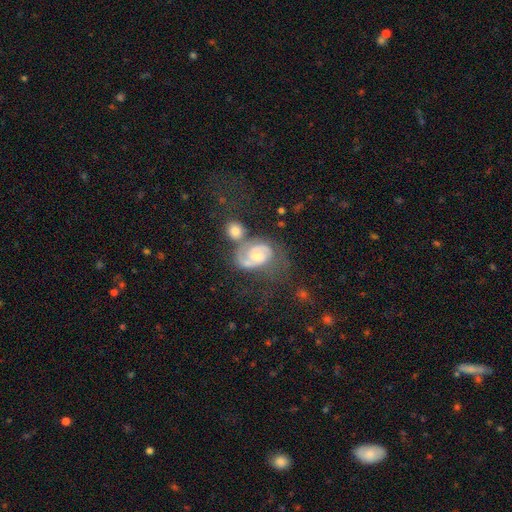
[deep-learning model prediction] Smooth or featured?
  - featured or disk: 75% *
  - smooth: 17%
  - star or artifact: 8%
Edge-on disk?
  - no: 98% *
  - yes: 2%
Bar?
  - no: 63% *
  - weak: 30%
  - strong: 6%
Spiral arms?
  - yes: 91% *
  - no: 9%
Spiral winding?
  - medium: 47% *
  - tight: 36%
  - loose: 17%
Spiral arm count?
  - 2: 76% *
  - 1: 10%
  - can't tell: 9%
  - 3: 2%
  - 4: 1%
  - more than 4: 1%
Bulge size?
  - moderate: 60% *
  - small: 27%
  - large: 9%
  - none: 3%
  - dominant: 2%
Merging?
  - none: 35% *
  - merger: 30%
  - major disturbance: 18%
  - minor disturbance: 18%